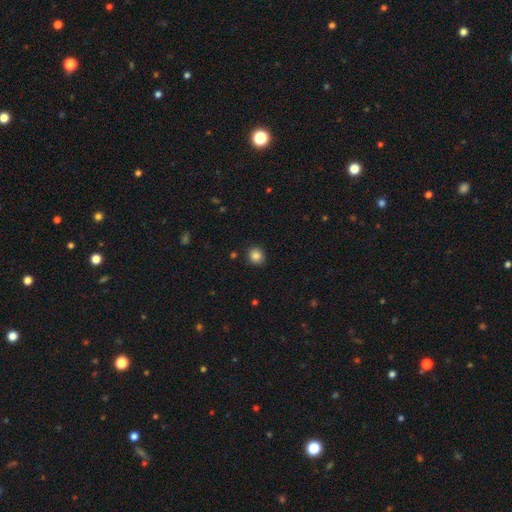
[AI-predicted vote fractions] The model was most divided on "how rounded": round: 86%, in between: 13%, cigar-shaped: 1%. More confident: merging — none (88%); smooth or featured — smooth (84%).